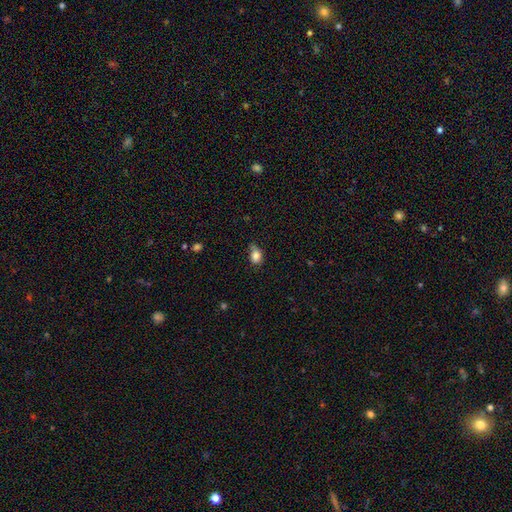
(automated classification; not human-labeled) Smooth or featured?
  - smooth: 83% *
  - star or artifact: 9%
  - featured or disk: 8%
How rounded?
  - in between: 65% *
  - round: 33%
  - cigar-shaped: 2%
Merging?
  - none: 48% *
  - minor disturbance: 39%
  - major disturbance: 10%
  - merger: 3%